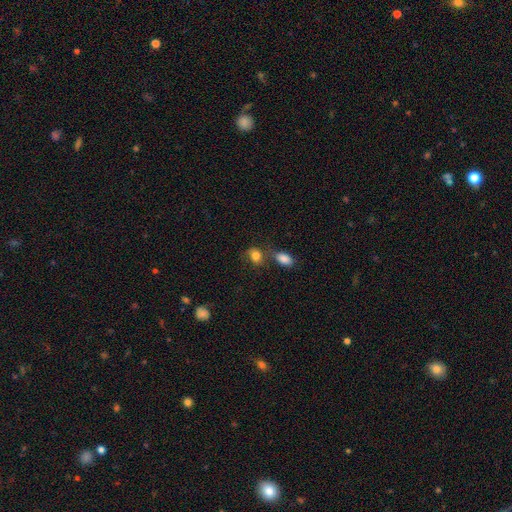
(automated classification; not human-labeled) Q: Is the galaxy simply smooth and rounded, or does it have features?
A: smooth — 82%.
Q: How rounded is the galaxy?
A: in between — 52%.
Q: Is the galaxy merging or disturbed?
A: none — 52%.